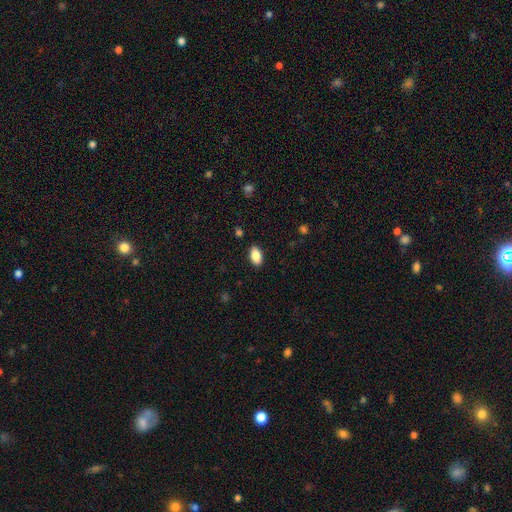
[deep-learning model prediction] smooth 86%, star or artifact 8%, featured or disk 6%. Down the decision tree: how rounded — in between (92%); merging — none (88%).